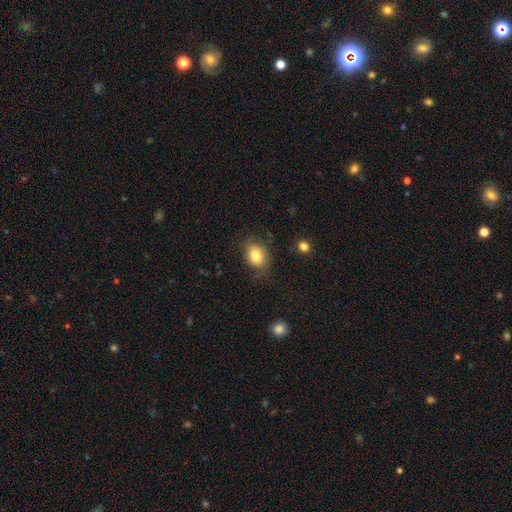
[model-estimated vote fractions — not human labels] smooth_or_featured: smooth (p=0.81) [alt: featured or disk p=0.10]
how_rounded: in between (p=0.63) [alt: round p=0.36]
merging: none (p=0.74) [alt: minor disturbance p=0.19]